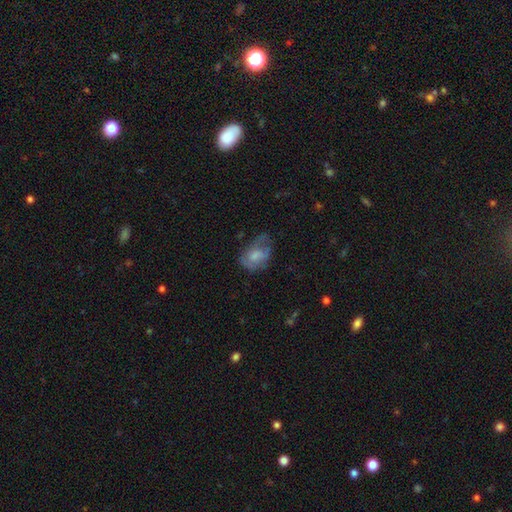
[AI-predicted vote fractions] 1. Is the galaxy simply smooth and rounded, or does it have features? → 56% smooth, 36% featured or disk, 9% star or artifact.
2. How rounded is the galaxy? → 79% in between, 20% round, 1% cigar-shaped.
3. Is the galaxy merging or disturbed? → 35% none, 33% minor disturbance, 30% major disturbance, 2% merger.